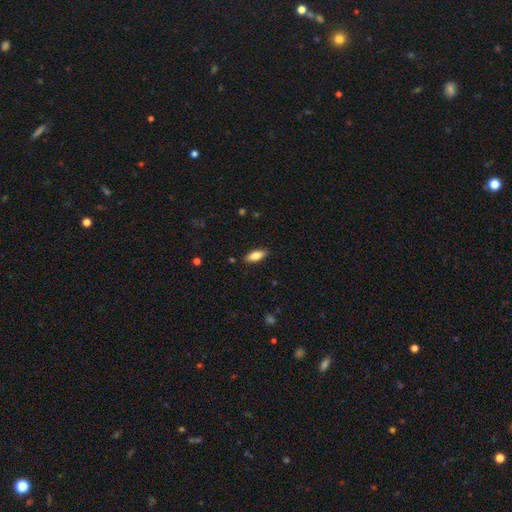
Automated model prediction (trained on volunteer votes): A smooth galaxy with no disk features (77%) that is in between round and cigar-shaped (74%).

Vote fractions:
- Smooth or featured? smooth: 77% / featured or disk: 17% / star or artifact: 7%
- How rounded? in between: 74% / cigar-shaped: 24% / round: 2%
- Merging? none: 87% / minor disturbance: 9% / major disturbance: 2% / merger: 1%